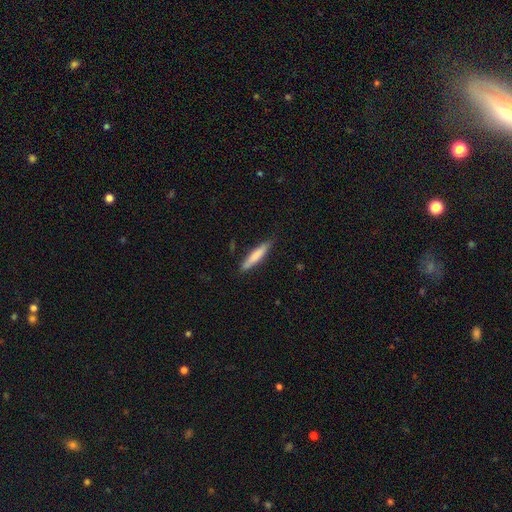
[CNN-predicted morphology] A smooth galaxy with no disk features (75%) that is cigar-shaped (88%). Merging: none (84%).